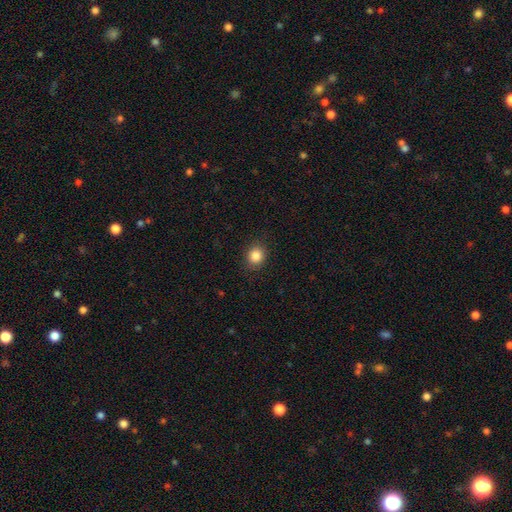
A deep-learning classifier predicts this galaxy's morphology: Smooth or featured? Predicted: smooth (p=0.85). How rounded? Predicted: round (p=0.78). Merging? Predicted: none (p=0.88).